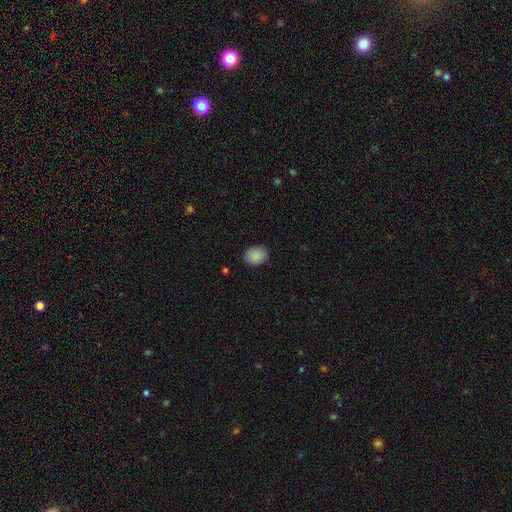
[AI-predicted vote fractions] Q: Smooth or featured?
A: smooth (89%); runner-up: star or artifact (7%)
Q: How rounded?
A: in between (58%); runner-up: round (42%)
Q: Merging?
A: none (87%); runner-up: minor disturbance (10%)